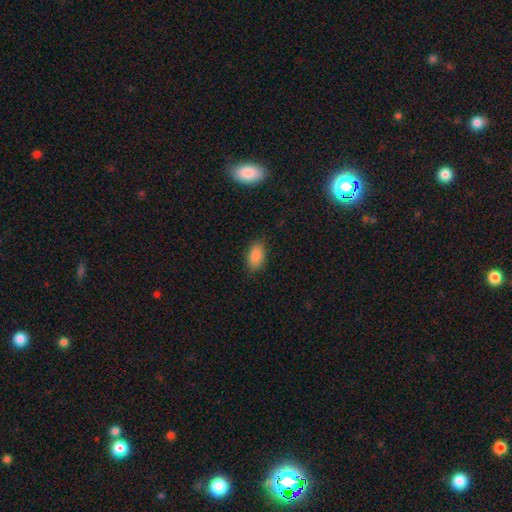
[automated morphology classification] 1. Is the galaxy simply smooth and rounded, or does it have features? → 87% smooth, 8% star or artifact, 4% featured or disk.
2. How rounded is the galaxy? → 92% in between, 6% round, 2% cigar-shaped.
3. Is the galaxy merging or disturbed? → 85% none, 11% minor disturbance, 3% major disturbance, 1% merger.